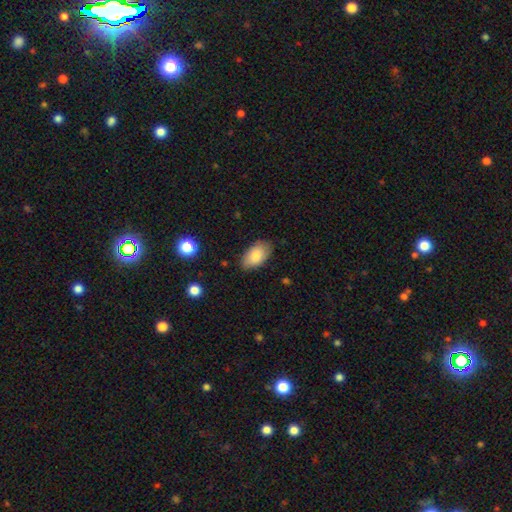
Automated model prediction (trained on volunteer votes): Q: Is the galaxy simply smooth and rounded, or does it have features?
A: smooth — 83%.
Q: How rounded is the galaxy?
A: in between — 95%.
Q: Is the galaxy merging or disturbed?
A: none — 80%.